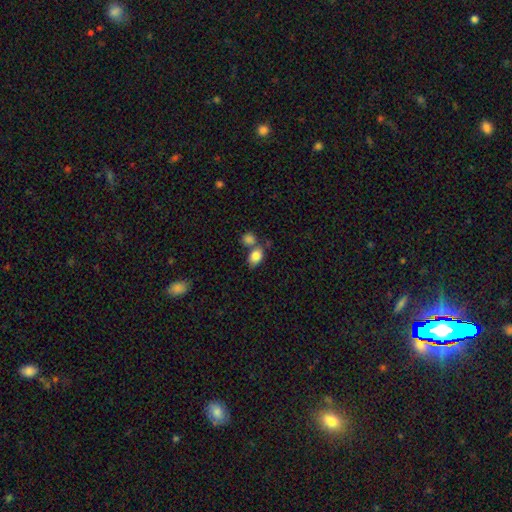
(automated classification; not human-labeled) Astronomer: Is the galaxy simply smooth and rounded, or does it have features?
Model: smooth — 84%.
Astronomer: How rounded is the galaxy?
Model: in between — 75%.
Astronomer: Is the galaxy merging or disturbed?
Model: none — 49% (runner-up: merger, 34%).